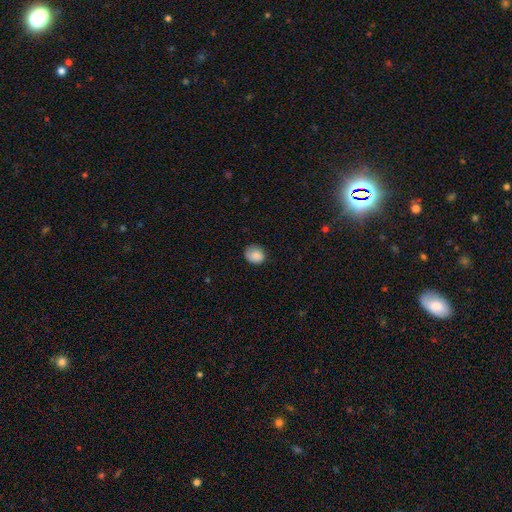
A smooth galaxy with no disk features (85%) that is round (62%). Merging: none (71%).